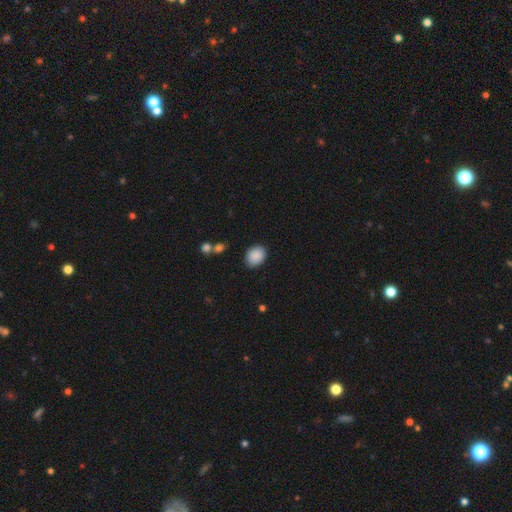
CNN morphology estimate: A smooth galaxy with no disk features (89%) that is in between round and cigar-shaped (58%).

Vote fractions:
- Smooth or featured? smooth: 89% / star or artifact: 7% / featured or disk: 3%
- How rounded? in between: 58% / round: 41% / cigar-shaped: 1%
- Merging? none: 85% / minor disturbance: 11% / major disturbance: 2% / merger: 2%